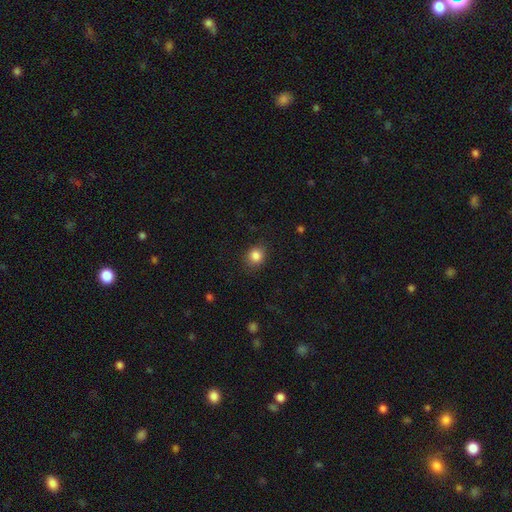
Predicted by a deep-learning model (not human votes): A smooth galaxy with no disk features (85%) that is round (73%).

Vote fractions:
- Smooth or featured? smooth: 85% / star or artifact: 11% / featured or disk: 5%
- How rounded? round: 73% / in between: 26% / cigar-shaped: 1%
- Merging? none: 84% / minor disturbance: 11% / major disturbance: 3% / merger: 1%